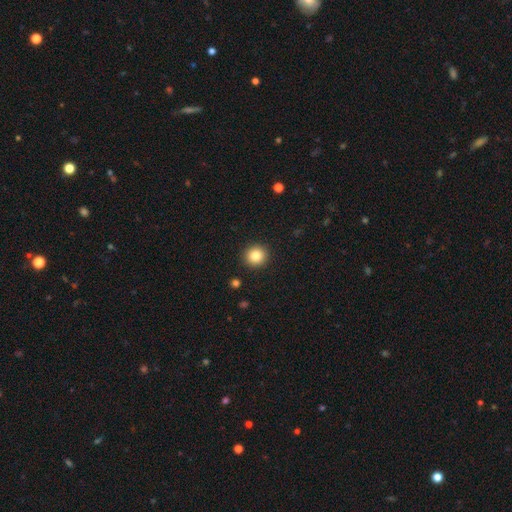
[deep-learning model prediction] Overall: smooth (84%). How rounded: round (93%). Merging: none (92%).